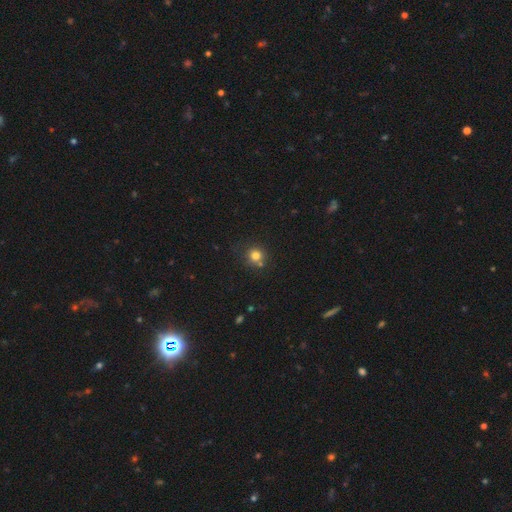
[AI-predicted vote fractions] A smooth galaxy with no disk features (78%) that is round (91%).

Vote fractions:
- Smooth or featured? smooth: 78% / star or artifact: 14% / featured or disk: 7%
- How rounded? round: 91% / in between: 8% / cigar-shaped: 1%
- Merging? none: 71% / merger: 15% / minor disturbance: 11% / major disturbance: 3%